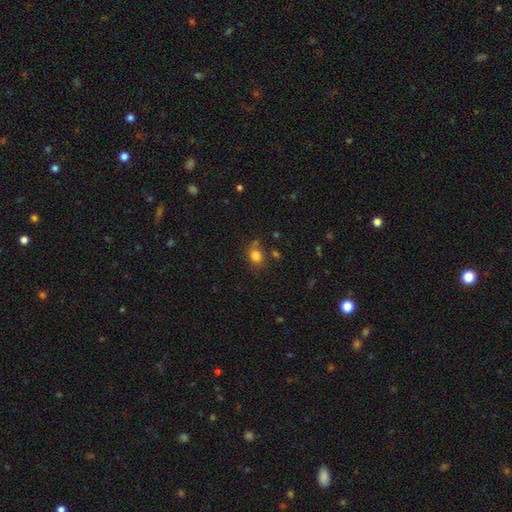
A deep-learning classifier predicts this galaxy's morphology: This is likely a smooth galaxy (80%). How rounded: possibly round (59%). Merging: likely none (71%).